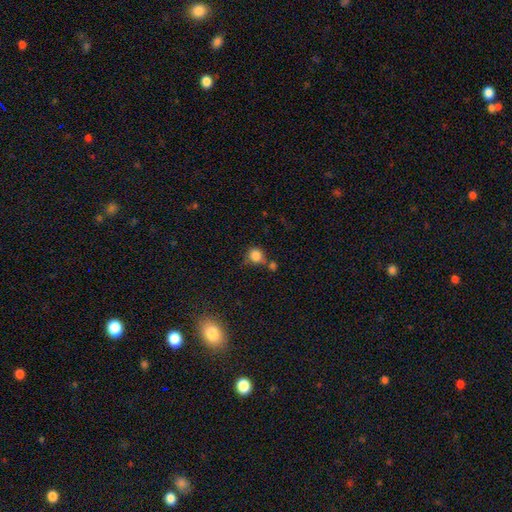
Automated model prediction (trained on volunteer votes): smooth 83%, star or artifact 11%, featured or disk 6%. Down the decision tree: how rounded — round (83%); merging — none (59%).